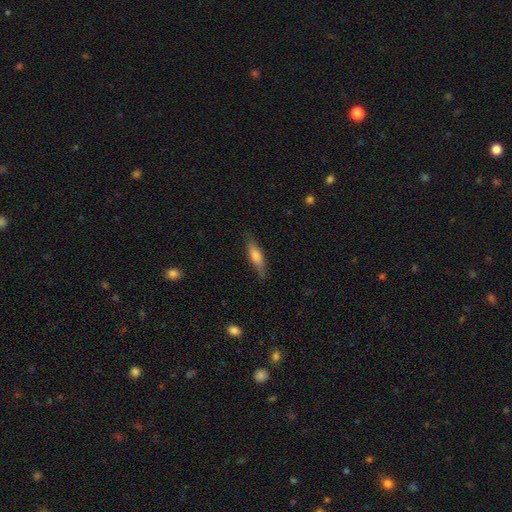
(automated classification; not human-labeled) Q: Smooth or featured?
A: smooth (65%); runner-up: featured or disk (28%)
Q: How rounded?
A: cigar-shaped (63%); runner-up: in between (35%)
Q: Merging?
A: none (82%); runner-up: minor disturbance (14%)